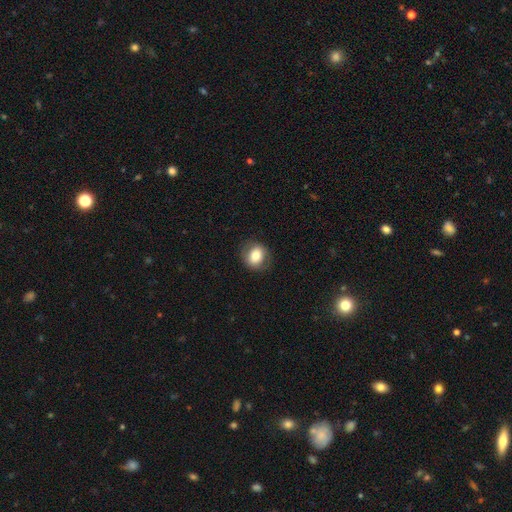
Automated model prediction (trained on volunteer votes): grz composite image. It shows a smooth galaxy with no disk features (75%) that is round (67%). Merging: none (83%).